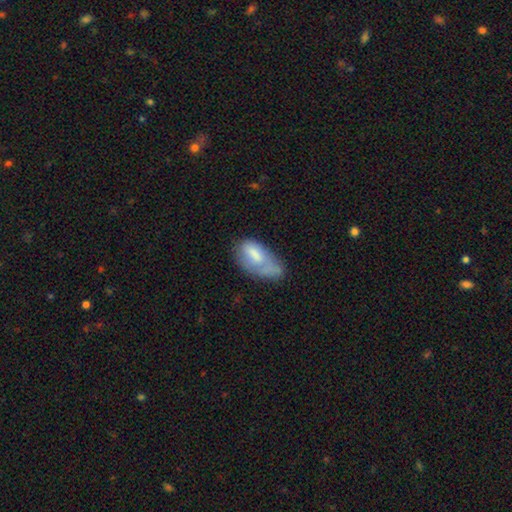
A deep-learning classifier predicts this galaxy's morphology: smooth 65%, featured or disk 28%, star or artifact 7%. Down the decision tree: how rounded — in between (89%); merging — minor disturbance (34%).